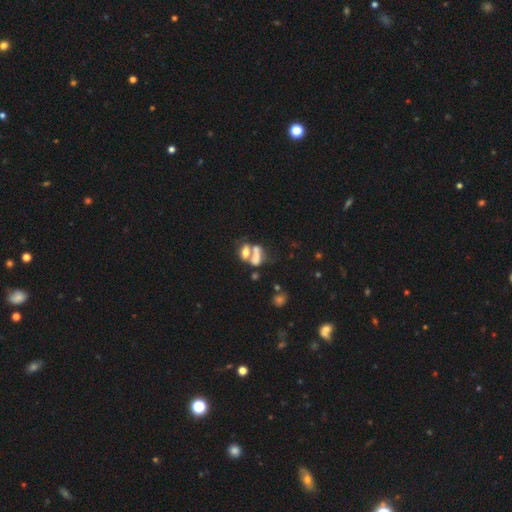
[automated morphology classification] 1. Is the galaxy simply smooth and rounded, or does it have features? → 55% smooth, 30% featured or disk, 15% star or artifact.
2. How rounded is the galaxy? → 75% in between, 14% round, 11% cigar-shaped.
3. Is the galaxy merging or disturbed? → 64% merger, 20% none, 8% major disturbance, 8% minor disturbance.